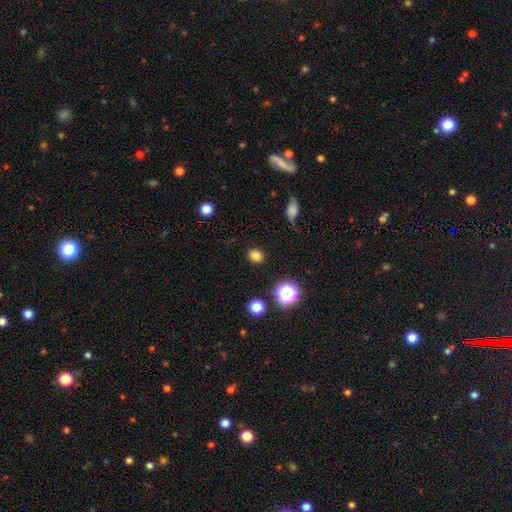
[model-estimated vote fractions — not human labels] Smooth or featured: smooth — 81% (star or artifact — 13%)
How rounded: round — 68% (in between — 30%)
Merging: none — 88% (minor disturbance — 8%)